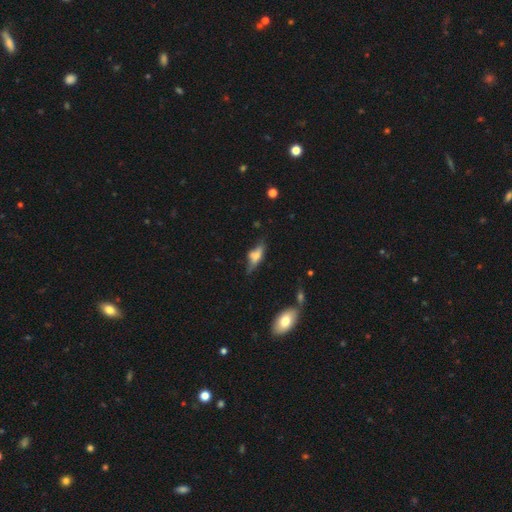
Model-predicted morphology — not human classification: Smooth or featured? Predicted: featured or disk (p=0.51). Edge-on disk? Predicted: yes (p=0.85). Merging? Predicted: none (p=0.56).